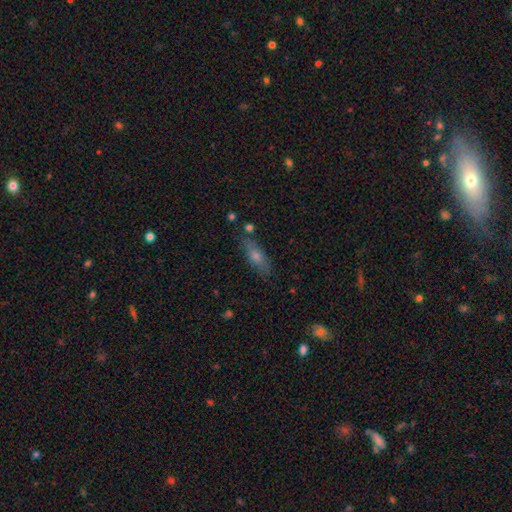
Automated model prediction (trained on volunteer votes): Morphology: type=smooth (54%); roundness=in between (50%); merging=none (79%).